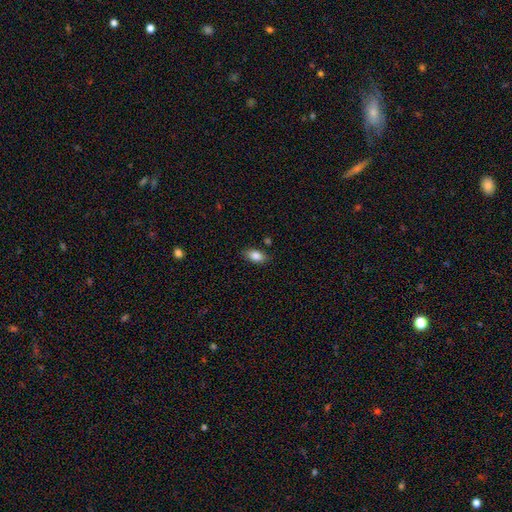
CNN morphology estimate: A smooth galaxy with no disk features (85%) that is in between round and cigar-shaped (90%). Merging: none (84%).